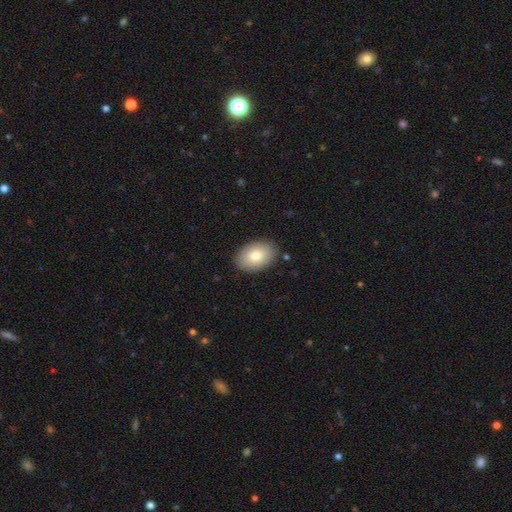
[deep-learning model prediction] Smooth or featured? Predicted: smooth (p=0.82). How rounded? Predicted: in between (p=0.89). Merging? Predicted: none (p=0.88).